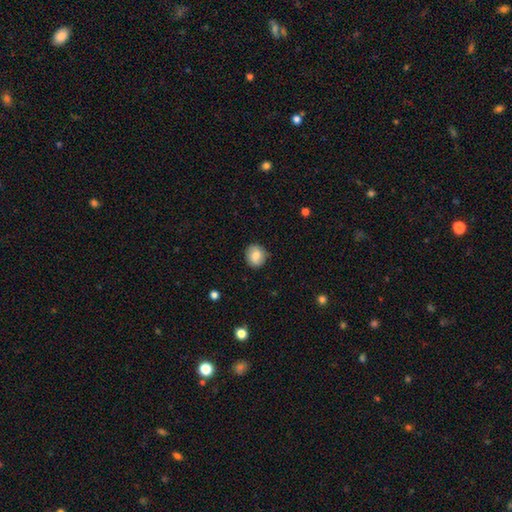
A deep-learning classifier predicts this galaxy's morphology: smooth 81%, featured or disk 11%, star or artifact 8%. Down the decision tree: how rounded — round (78%); merging — none (84%).